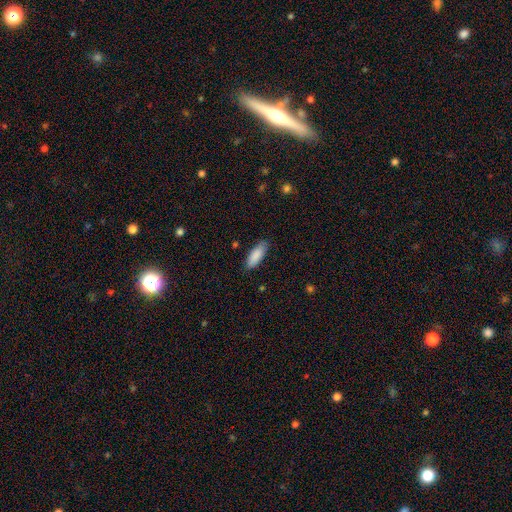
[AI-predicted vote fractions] smooth_or_featured: smooth (p=0.88) [alt: featured or disk p=0.06]
how_rounded: in between (p=0.69) [alt: cigar-shaped p=0.30]
merging: none (p=0.84) [alt: minor disturbance p=0.13]